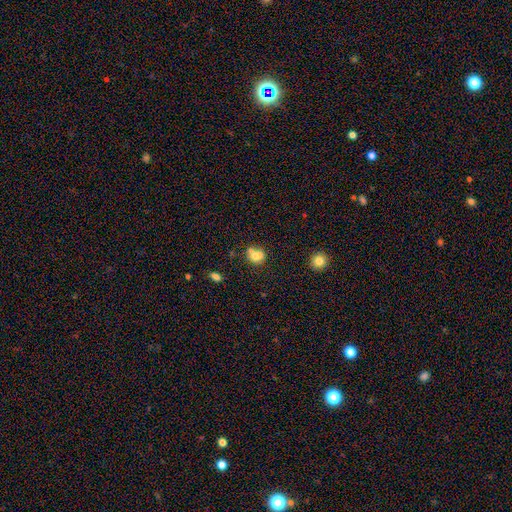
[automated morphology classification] Overall: smooth (73%). How rounded: round (65%; in between 34%). Merging: merger (43%; none 39%).